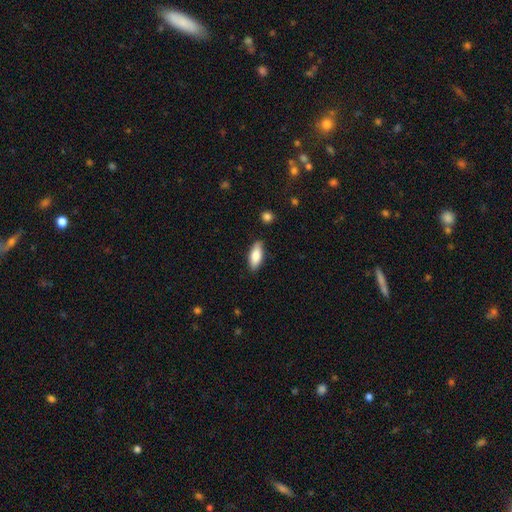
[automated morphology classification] smooth_or_featured: smooth (p=0.81) [alt: featured or disk p=0.13]
how_rounded: in between (p=0.72) [alt: cigar-shaped p=0.26]
merging: none (p=0.84) [alt: minor disturbance p=0.12]